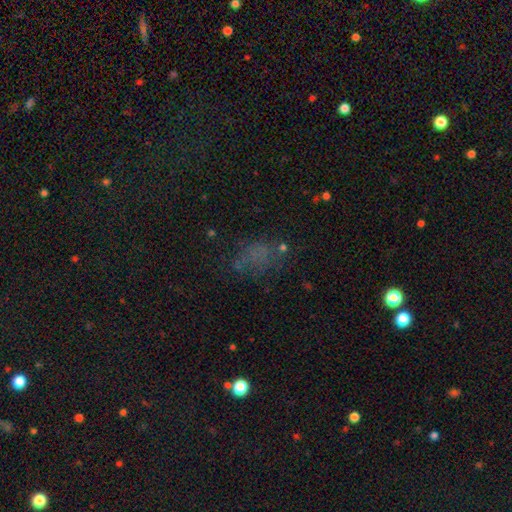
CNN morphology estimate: Smooth or featured?
  - smooth: 49% *
  - star or artifact: 27%
  - featured or disk: 24%
Merging?
  - none: 52% *
  - major disturbance: 23%
  - minor disturbance: 20%
  - merger: 6%